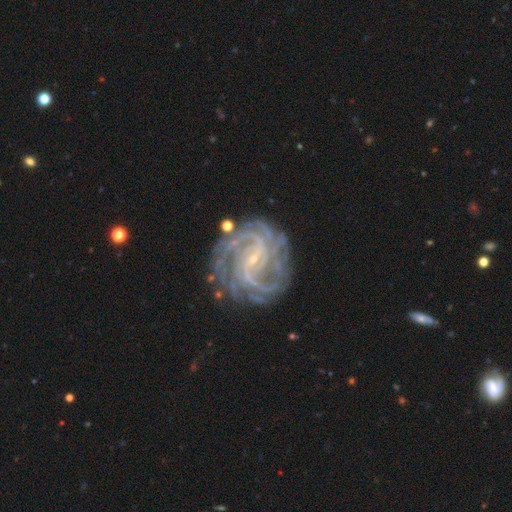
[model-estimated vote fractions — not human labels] featured or disk 87%, star or artifact 7%, smooth 5%. Down the decision tree: edge-on disk — no (98%); bar — weak (45%); spiral arms — yes (97%); spiral arm count — 2 (25%); spiral winding — tight (57%); bulge size — small (83%); merging — none (76%).